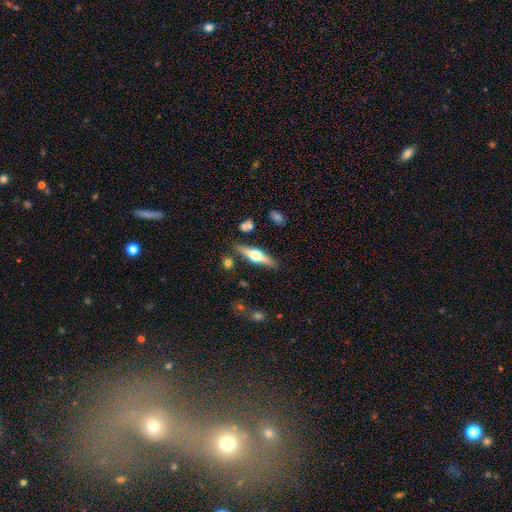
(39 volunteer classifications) A featured or disk galaxy (77%) viewed edge-on (93%) with a rounded central bulge (96%).

Vote fractions:
- Smooth or featured? featured or disk: 77% / smooth: 18% / star or artifact: 5%
- Edge-on disk? yes: 93% / no: 7%
- Edge-on bulge? rounded: 96% / boxy: 4% / none: 0%
- Merging? none: 78% / minor disturbance: 11% / merger: 8% / major disturbance: 3%